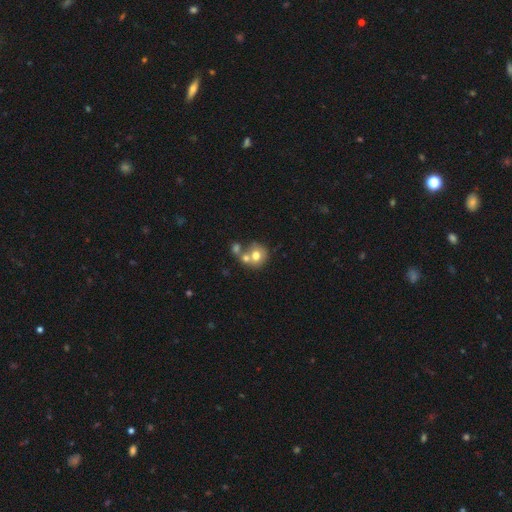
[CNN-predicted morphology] Smooth or featured? smooth (67%)
How rounded? round (77%)
Merging? merger (48%)